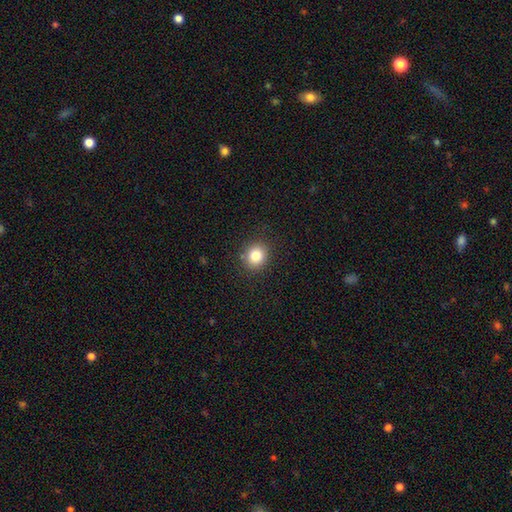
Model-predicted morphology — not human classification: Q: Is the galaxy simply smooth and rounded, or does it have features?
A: smooth — 83%.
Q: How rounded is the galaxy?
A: round — 79%.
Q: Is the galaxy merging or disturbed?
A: none — 88%.